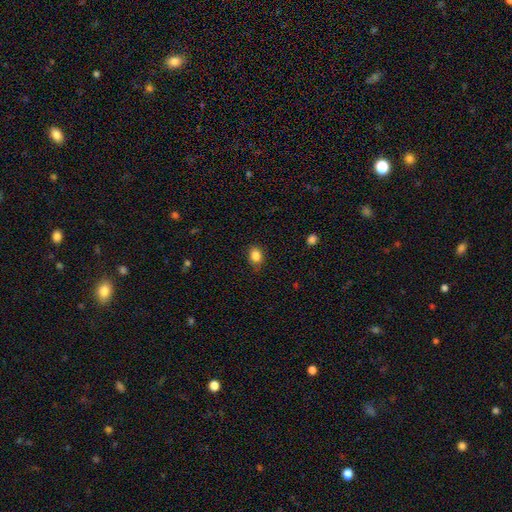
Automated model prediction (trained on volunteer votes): smooth 85%, star or artifact 10%, featured or disk 5%. Down the decision tree: how rounded — in between (51%); merging — none (85%).